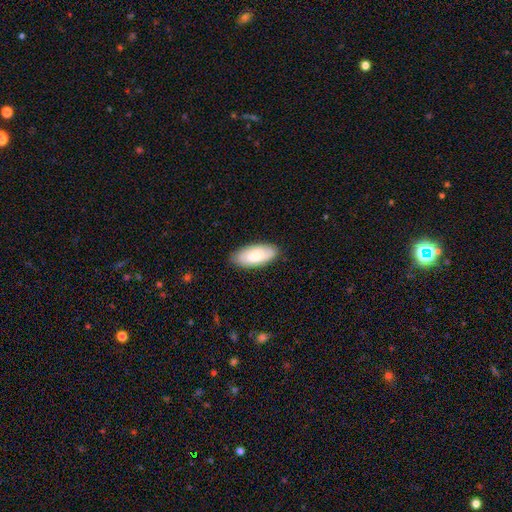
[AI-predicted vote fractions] smooth_or_featured: smooth (p=0.71) [alt: featured or disk p=0.23]
how_rounded: in between (p=0.89) [alt: cigar-shaped p=0.09]
merging: none (p=0.85) [alt: minor disturbance p=0.11]